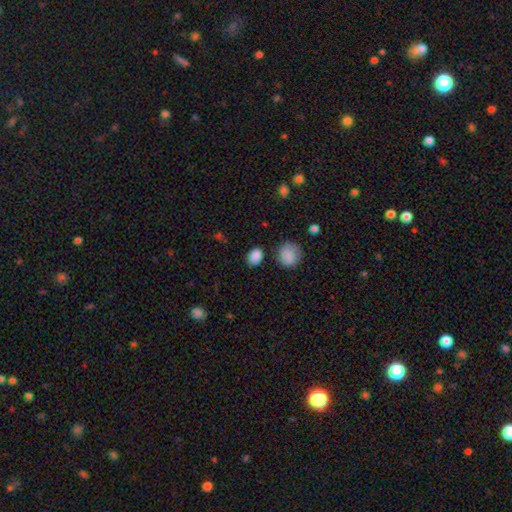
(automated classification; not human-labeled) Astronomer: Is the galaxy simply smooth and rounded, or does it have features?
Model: smooth — 86%.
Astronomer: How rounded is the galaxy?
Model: in between — 66%.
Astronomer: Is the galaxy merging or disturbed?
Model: none — 80%.